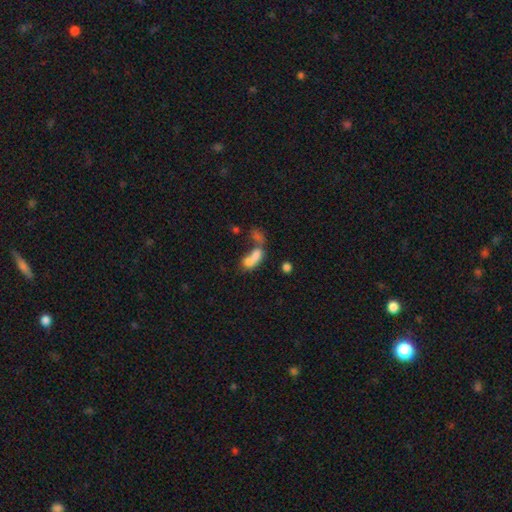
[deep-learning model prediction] Morphology: type=smooth (68%); roundness=in between (75%); merging=merger (67%).